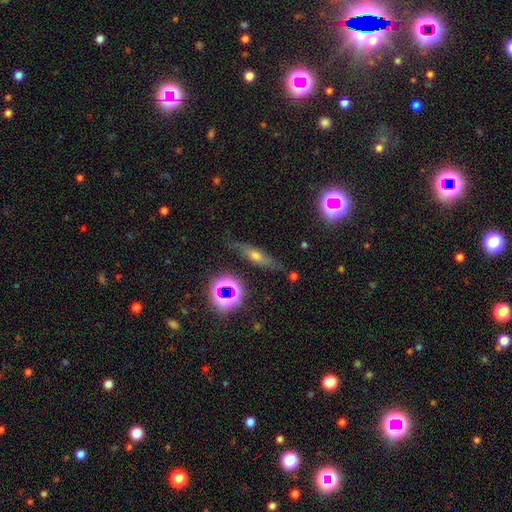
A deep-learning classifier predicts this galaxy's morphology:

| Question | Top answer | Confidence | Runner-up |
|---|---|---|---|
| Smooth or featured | featured or disk | 43% | smooth (38%) |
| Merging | none | 73% | minor disturbance (19%) |